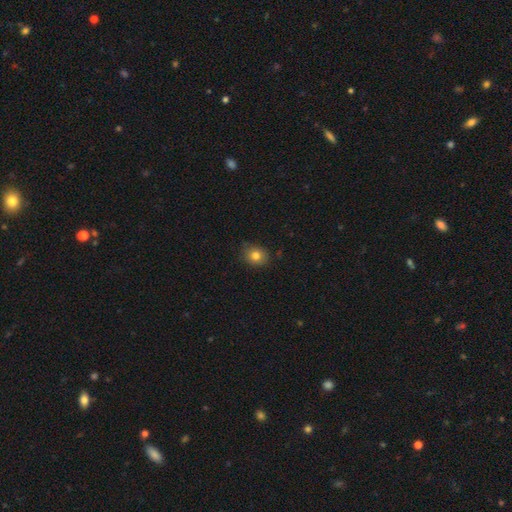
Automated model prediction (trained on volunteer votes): Overall: smooth (80%). How rounded: round (61%; in between 38%). Merging: none (84%).